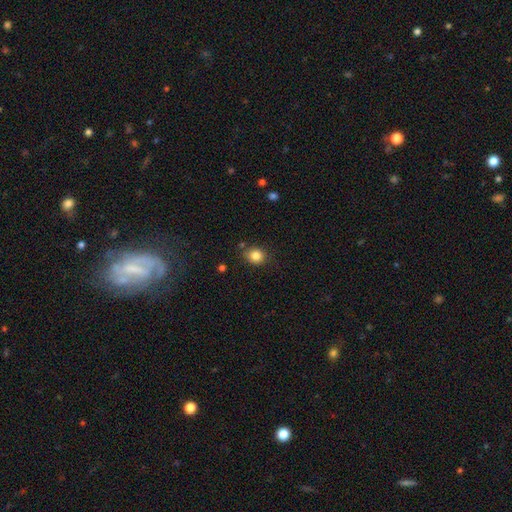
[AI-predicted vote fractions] This is clearly a smooth galaxy (83%). How rounded: likely round (77%). Merging: likely none (80%).